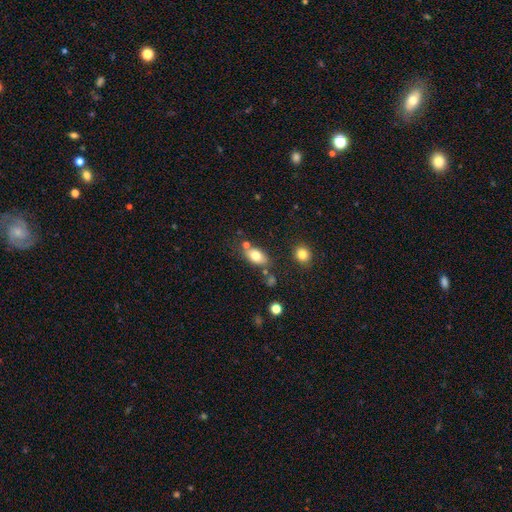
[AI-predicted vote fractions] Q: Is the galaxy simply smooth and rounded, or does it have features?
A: smooth — 77%.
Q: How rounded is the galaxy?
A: in between — 88%.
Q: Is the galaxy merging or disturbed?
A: none — 67%.